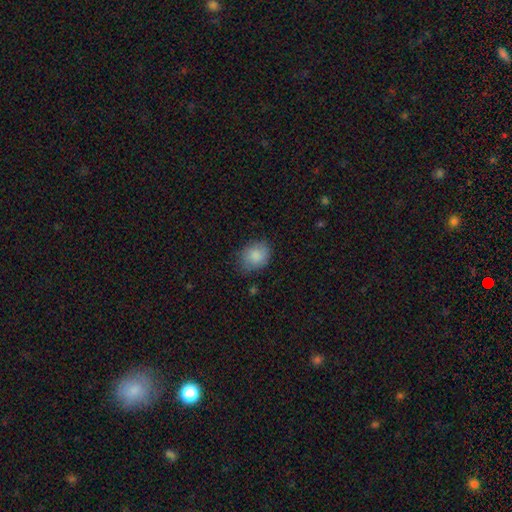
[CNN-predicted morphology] The model was most divided on "how rounded": in between: 56%, round: 43%, cigar-shaped: 1%. More confident: smooth or featured — smooth (86%); merging — none (74%).